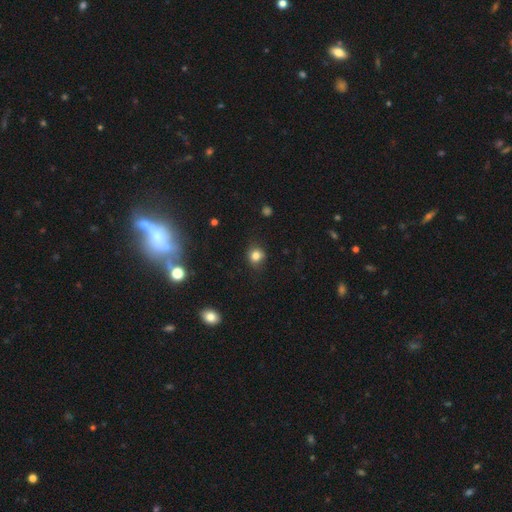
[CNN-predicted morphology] This appears to be a smooth galaxy with no disk features (79%) that is round (75%). Merging: none (77%).